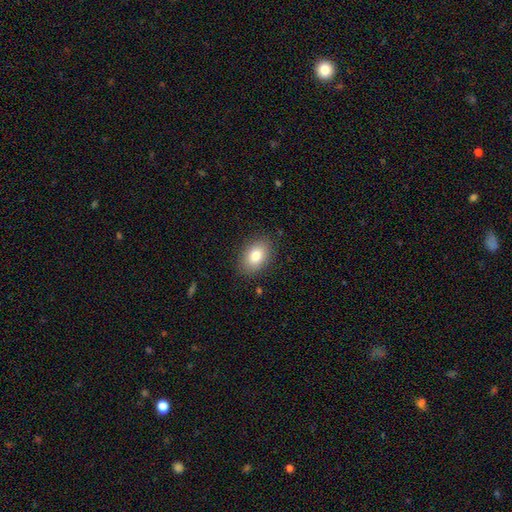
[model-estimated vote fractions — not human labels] Smooth or featured? Predicted: smooth (p=0.81). How rounded? Predicted: in between (p=0.84). Merging? Predicted: none (p=0.86).